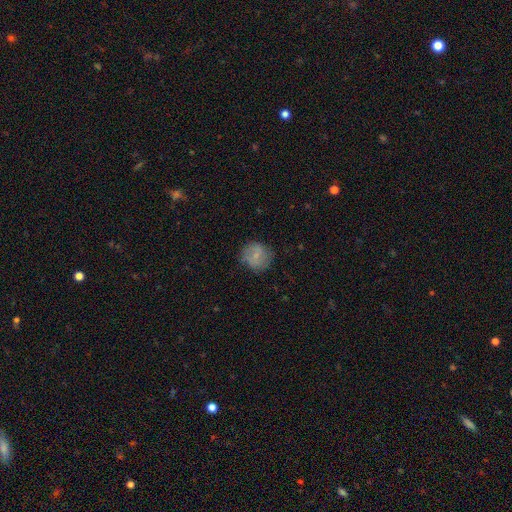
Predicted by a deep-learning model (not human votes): This is likely a smooth galaxy (68%). How rounded: clearly round (87%). Merging: likely none (75%).